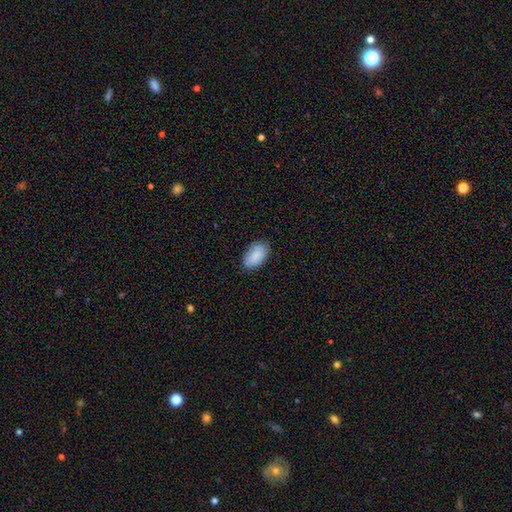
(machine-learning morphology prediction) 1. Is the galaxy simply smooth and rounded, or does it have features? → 88% smooth, 6% featured or disk, 6% star or artifact.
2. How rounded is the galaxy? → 95% in between, 4% round, 2% cigar-shaped.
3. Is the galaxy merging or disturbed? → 80% none, 16% minor disturbance, 3% major disturbance, 1% merger.